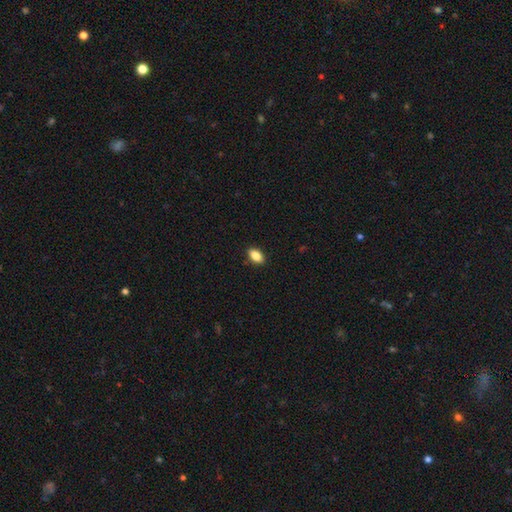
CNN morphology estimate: Overall: smooth (87%). How rounded: in between (91%). Merging: none (90%).